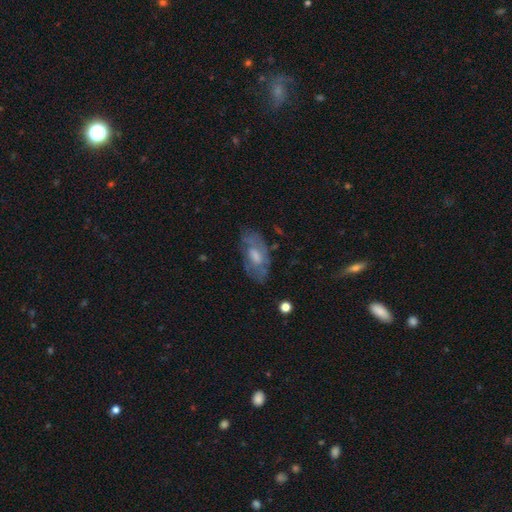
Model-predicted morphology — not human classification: featured or disk 60%, smooth 31%, star or artifact 9%. Down the decision tree: edge-on disk — no (88%); bar — no (63%); spiral arms — yes (58%); bulge size — moderate (52%); merging — none (68%).